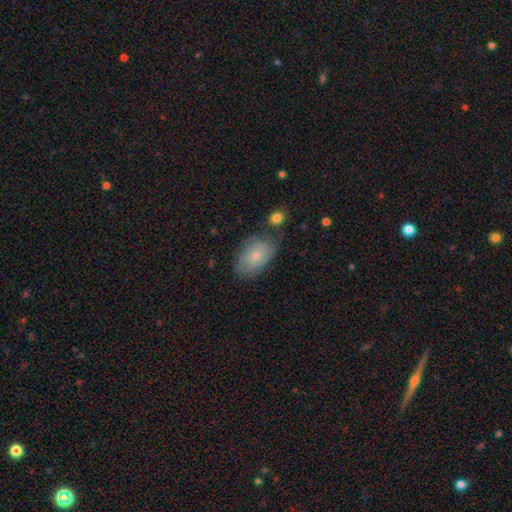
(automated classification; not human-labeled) Smooth or featured: smooth — 68% (featured or disk — 25%)
How rounded: in between — 89% (round — 9%)
Merging: none — 62% (minor disturbance — 25%)